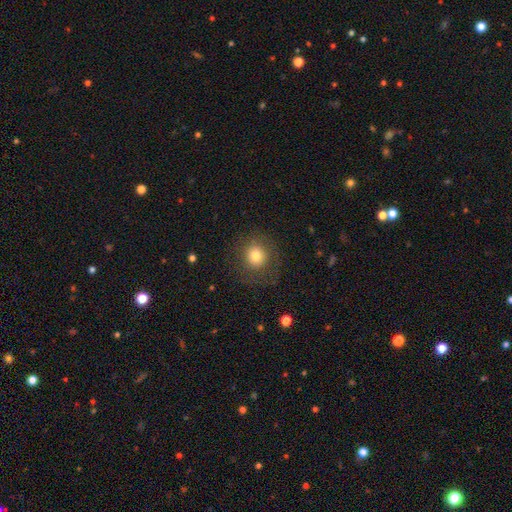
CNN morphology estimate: Smooth or featured?
  - smooth: 78% *
  - star or artifact: 12%
  - featured or disk: 11%
How rounded?
  - round: 87% *
  - in between: 12%
  - cigar-shaped: 1%
Merging?
  - none: 80% *
  - minor disturbance: 11%
  - major disturbance: 7%
  - merger: 1%